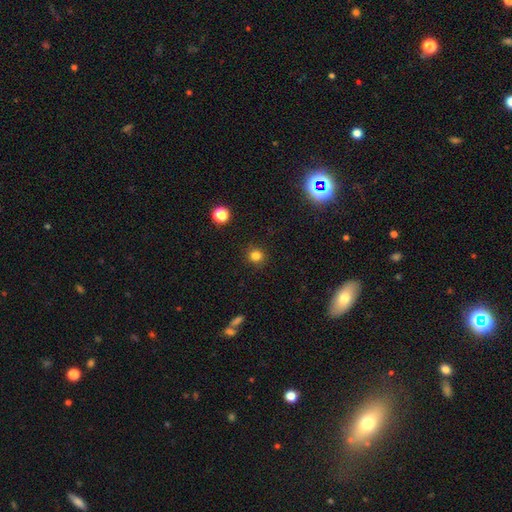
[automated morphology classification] Smooth or featured?
  - smooth: 82% *
  - star or artifact: 14%
  - featured or disk: 4%
How rounded?
  - round: 91% *
  - in between: 8%
  - cigar-shaped: 1%
Merging?
  - none: 89% *
  - minor disturbance: 7%
  - major disturbance: 2%
  - merger: 1%